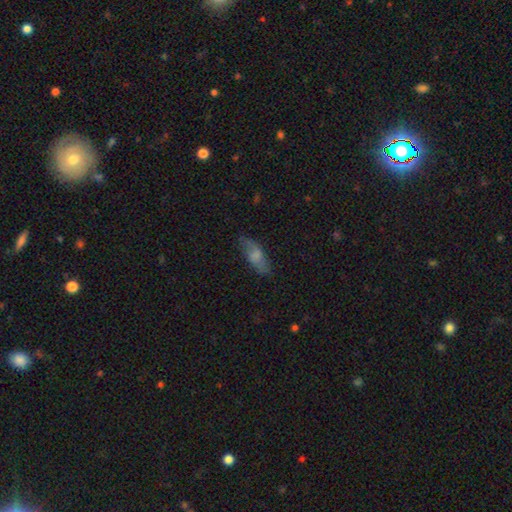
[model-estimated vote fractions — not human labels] A smooth galaxy with no disk features (66%) that is in between round and cigar-shaped (72%).

Vote fractions:
- Smooth or featured? smooth: 66% / featured or disk: 26% / star or artifact: 8%
- How rounded? in between: 72% / cigar-shaped: 25% / round: 3%
- Merging? none: 72% / minor disturbance: 20% / major disturbance: 6% / merger: 2%